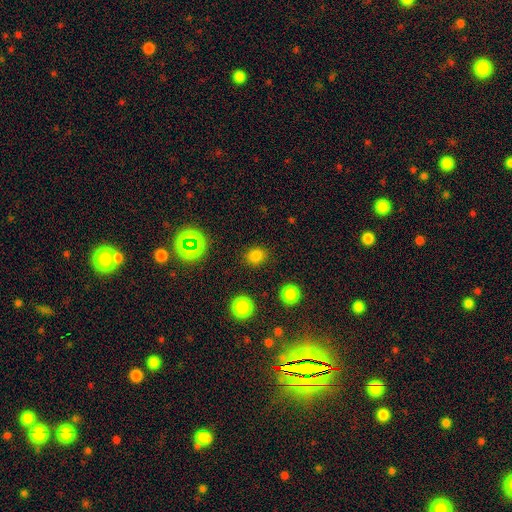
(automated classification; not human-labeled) This is likely a smooth galaxy (76%). How rounded: likely round (74%). Merging: clearly none (87%).